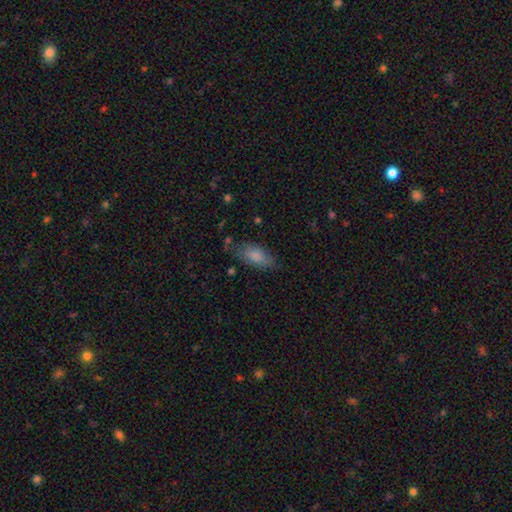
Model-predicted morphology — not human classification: This appears to be a smooth galaxy with no disk features (80%) that is in between round and cigar-shaped (87%). Merging: none (65%).